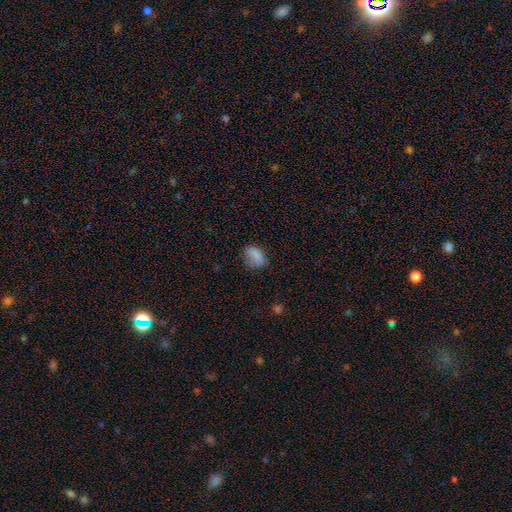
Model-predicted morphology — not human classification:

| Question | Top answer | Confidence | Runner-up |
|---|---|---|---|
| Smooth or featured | smooth | 81% | star or artifact (11%) |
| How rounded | in between | 85% | round (13%) |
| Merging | none | 62% | minor disturbance (26%) |